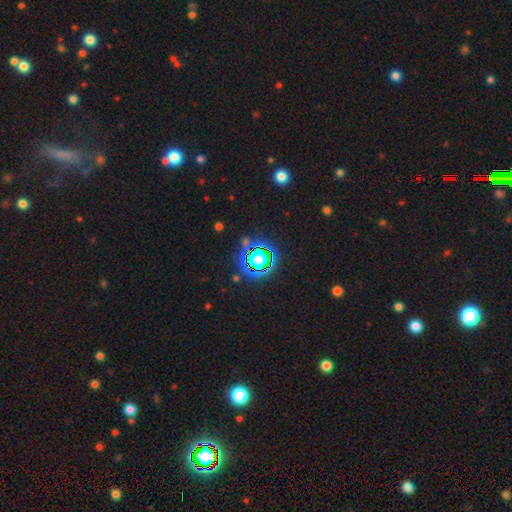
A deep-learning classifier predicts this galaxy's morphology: Smooth or featured?
  - star or artifact: 79% *
  - smooth: 13%
  - featured or disk: 7%